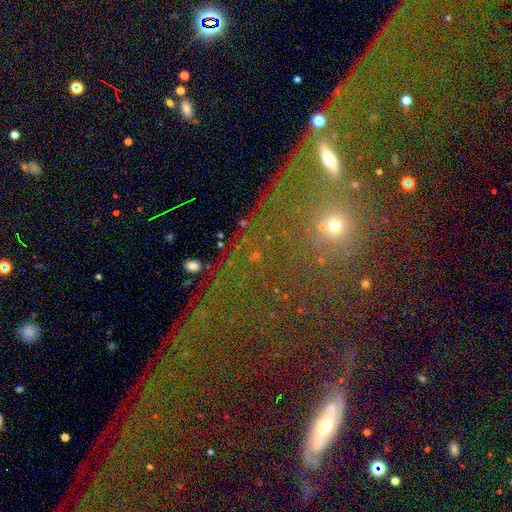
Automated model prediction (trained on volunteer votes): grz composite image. It shows a star or artifact, not a galaxy (42%).